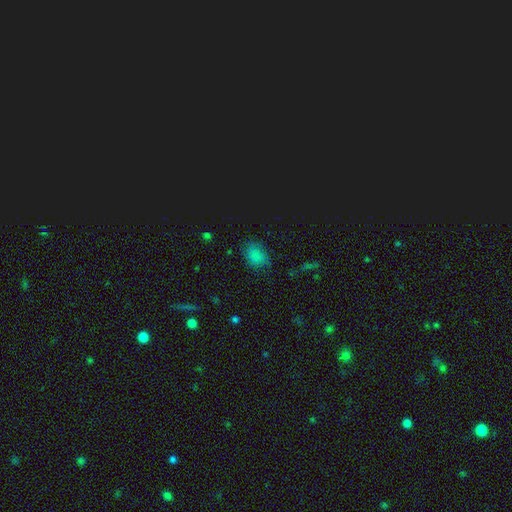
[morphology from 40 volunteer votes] Smooth or featured?
  - smooth: 75% *
  - featured or disk: 12%
  - star or artifact: 12%
How rounded?
  - in between: 77% *
  - round: 23%
  - cigar-shaped: 0%
Merging?
  - none: 54% *
  - minor disturbance: 43%
  - major disturbance: 3%
  - merger: 0%